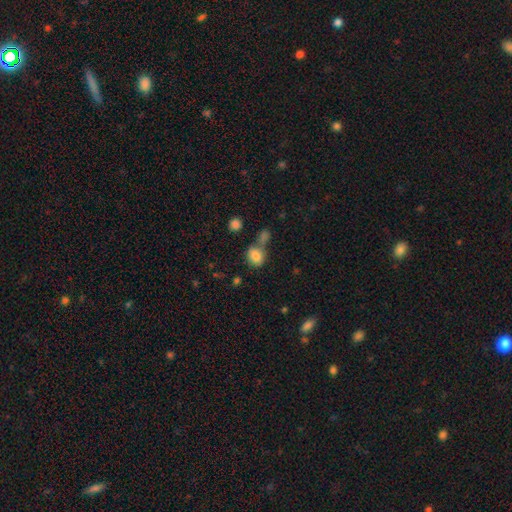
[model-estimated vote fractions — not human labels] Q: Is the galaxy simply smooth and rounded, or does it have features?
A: smooth — 82%.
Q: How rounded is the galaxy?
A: round — 52%.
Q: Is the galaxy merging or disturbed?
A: none — 51%.